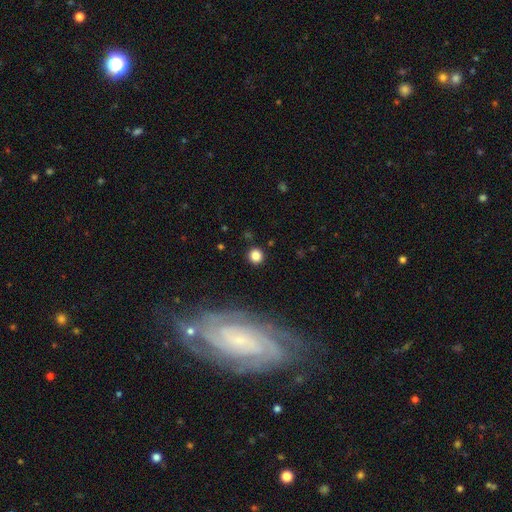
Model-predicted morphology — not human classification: Q: Smooth or featured?
A: smooth (83%); runner-up: star or artifact (12%)
Q: How rounded?
A: round (92%); runner-up: in between (7%)
Q: Merging?
A: none (90%); runner-up: minor disturbance (6%)